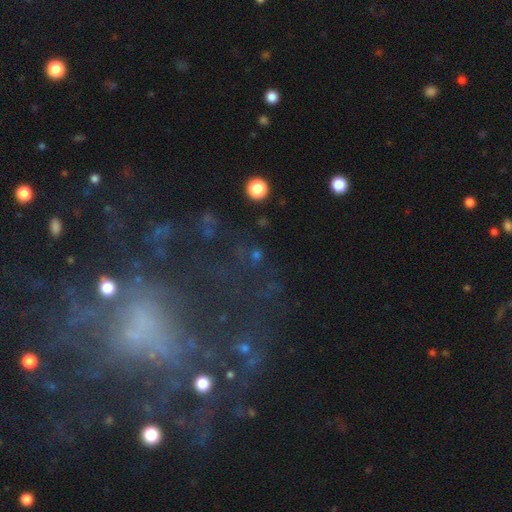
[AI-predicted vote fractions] Morphology: type=star or artifact (47%).